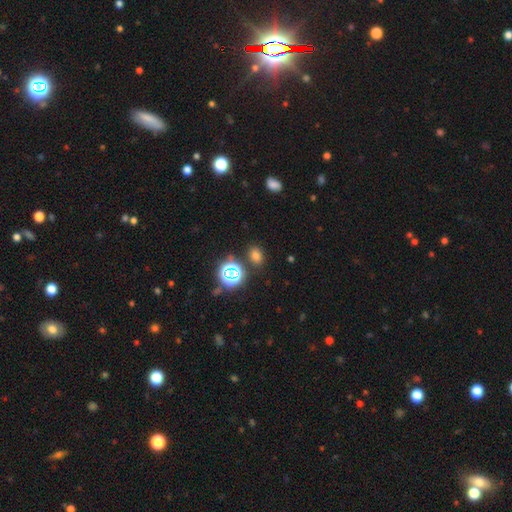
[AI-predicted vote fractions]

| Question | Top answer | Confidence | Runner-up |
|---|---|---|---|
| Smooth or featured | smooth | 68% | star or artifact (26%) |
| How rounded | in between | 70% | round (28%) |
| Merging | none | 82% | minor disturbance (10%) |